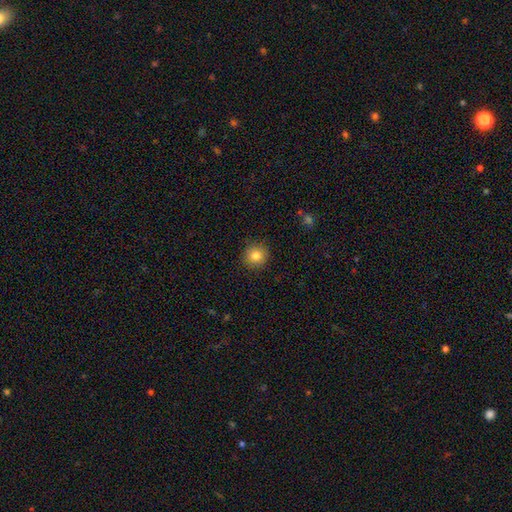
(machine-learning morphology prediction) A smooth galaxy with no disk features (83%) that is round (93%). Merging: none (91%).